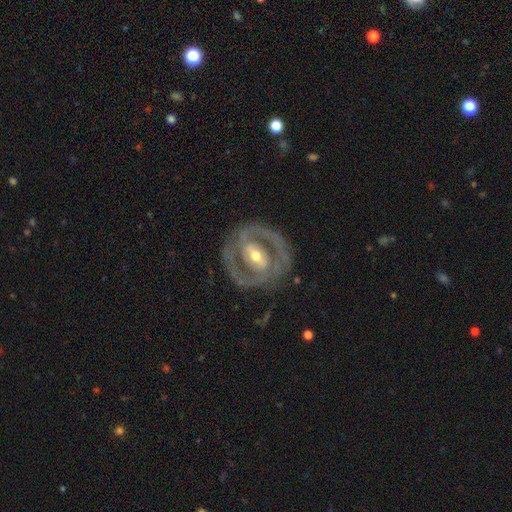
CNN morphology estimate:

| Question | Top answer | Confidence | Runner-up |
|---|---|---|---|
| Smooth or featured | featured or disk | 84% | smooth (10%) |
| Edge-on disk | no | 93% | yes (7%) |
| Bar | strong | 56% | weak (27%) |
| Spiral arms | yes | 72% | no (28%) |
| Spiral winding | tight | 52% | medium (37%) |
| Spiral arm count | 2 | 76% | can't tell (11%) |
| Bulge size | moderate | 53% | small (42%) |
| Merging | none | 80% | minor disturbance (11%) |